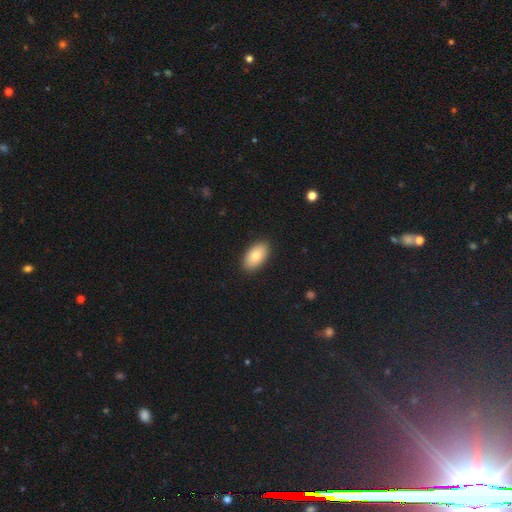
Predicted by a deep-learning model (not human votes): Overall: smooth (81%). How rounded: in between (94%). Merging: none (90%).